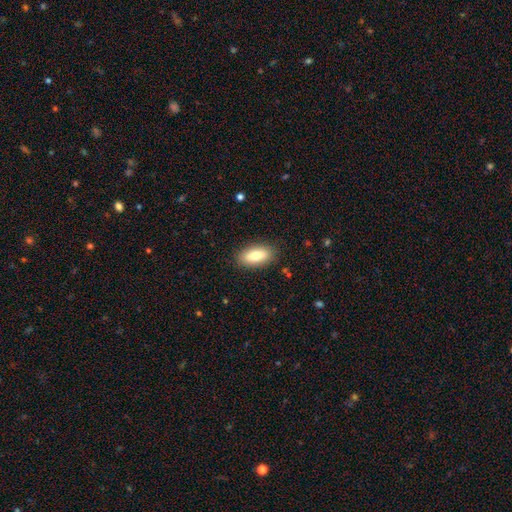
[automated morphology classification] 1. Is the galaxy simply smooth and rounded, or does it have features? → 79% smooth, 15% featured or disk, 7% star or artifact.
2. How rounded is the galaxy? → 88% in between, 9% cigar-shaped, 3% round.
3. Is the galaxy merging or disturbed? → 87% none, 10% minor disturbance, 2% major disturbance, 1% merger.